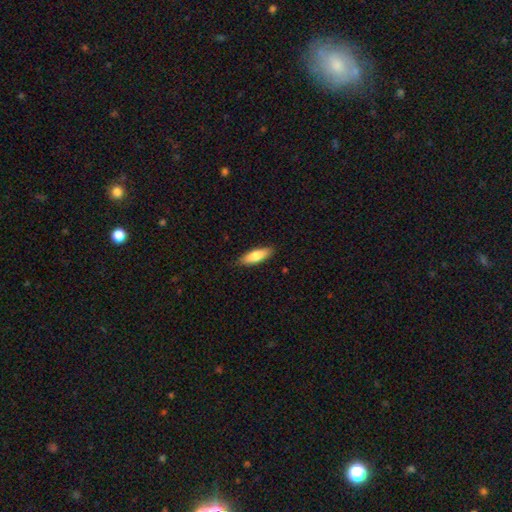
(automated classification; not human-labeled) A smooth galaxy with no disk features (79%) that is in between round and cigar-shaped (52%). Merging: none (86%).